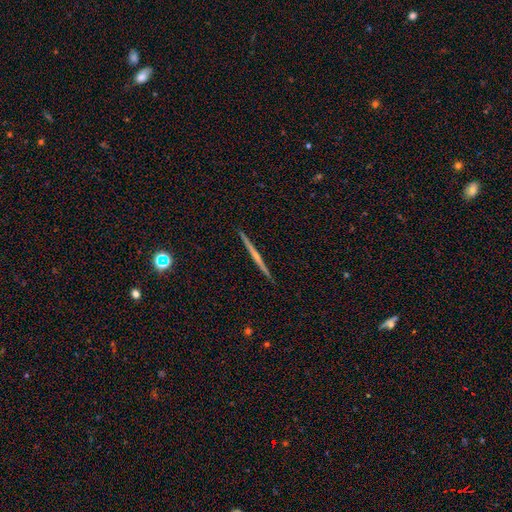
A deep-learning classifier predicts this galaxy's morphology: Smooth or featured? Predicted: featured or disk (p=0.74). Edge-on disk? Predicted: yes (p=0.98). Edge-on bulge? Predicted: rounded (p=0.49). Merging? Predicted: none (p=0.93).